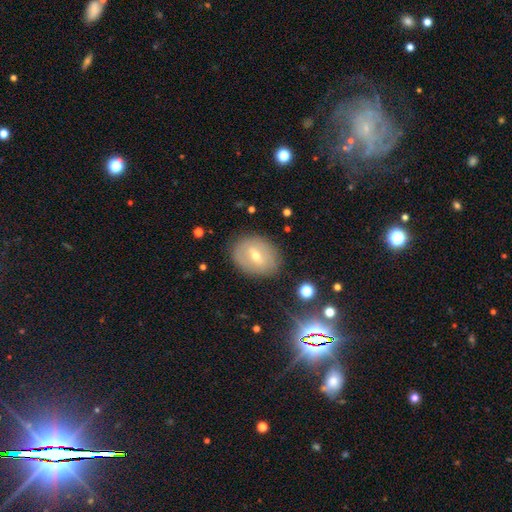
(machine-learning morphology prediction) Smooth or featured? Predicted: featured or disk (p=0.48). Merging? Predicted: none (p=0.82).